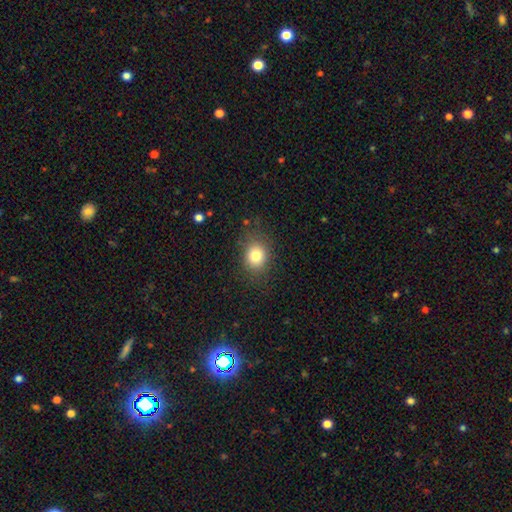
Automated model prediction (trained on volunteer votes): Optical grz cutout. It shows a smooth galaxy with no disk features (80%) that is round (61%). Merging: none (82%).